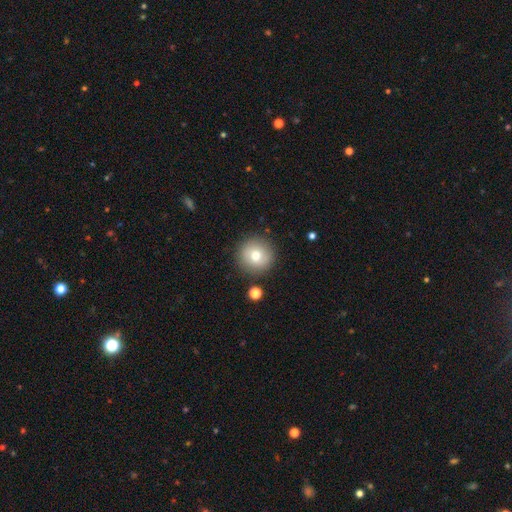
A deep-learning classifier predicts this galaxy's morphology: smooth 73%, featured or disk 17%, star or artifact 10%. Down the decision tree: how rounded — round (95%); merging — none (88%).